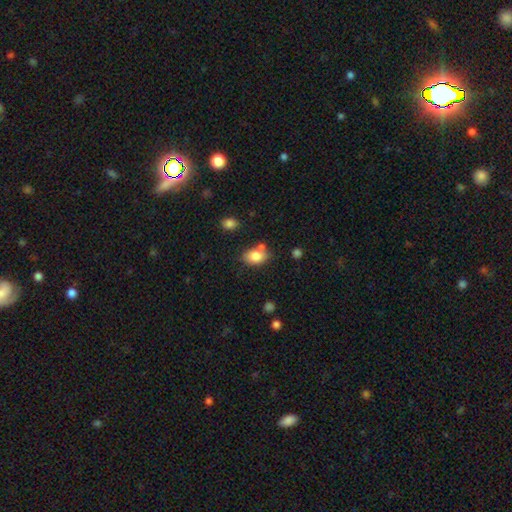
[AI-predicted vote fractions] A smooth galaxy with no disk features (82%) that is in between round and cigar-shaped (76%).

Vote fractions:
- Smooth or featured? smooth: 82% / featured or disk: 9% / star or artifact: 9%
- How rounded? in between: 76% / round: 23% / cigar-shaped: 1%
- Merging? none: 65% / minor disturbance: 16% / merger: 15% / major disturbance: 4%